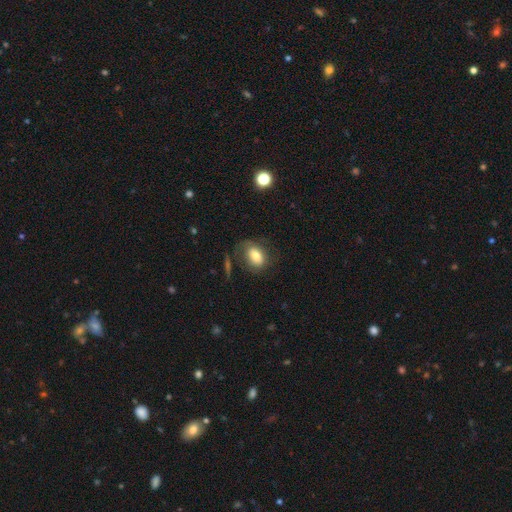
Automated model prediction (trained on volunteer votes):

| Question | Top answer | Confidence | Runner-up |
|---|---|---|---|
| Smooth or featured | smooth | 73% | featured or disk (19%) |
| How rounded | in between | 78% | round (21%) |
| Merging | none | 61% | minor disturbance (21%) |